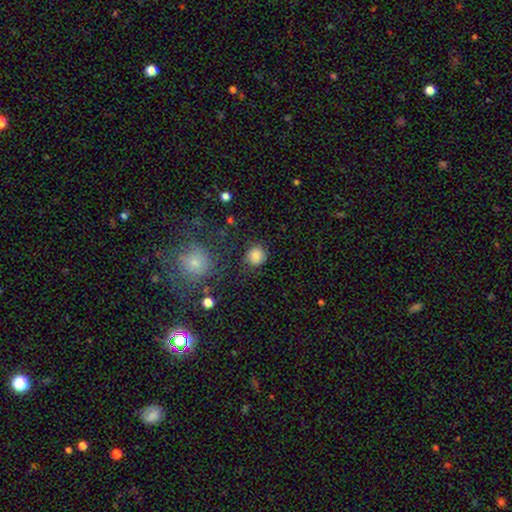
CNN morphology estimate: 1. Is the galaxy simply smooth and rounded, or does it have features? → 81% smooth, 10% star or artifact, 9% featured or disk.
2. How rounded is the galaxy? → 87% round, 12% in between, 1% cigar-shaped.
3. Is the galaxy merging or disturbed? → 75% none, 15% minor disturbance, 7% major disturbance, 3% merger.